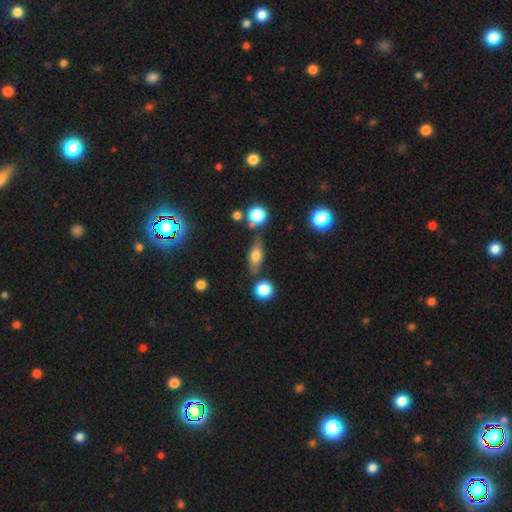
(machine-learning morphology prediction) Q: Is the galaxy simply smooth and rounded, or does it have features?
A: smooth — 56%.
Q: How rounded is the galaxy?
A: in between — 64%.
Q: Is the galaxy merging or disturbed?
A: none — 74%.